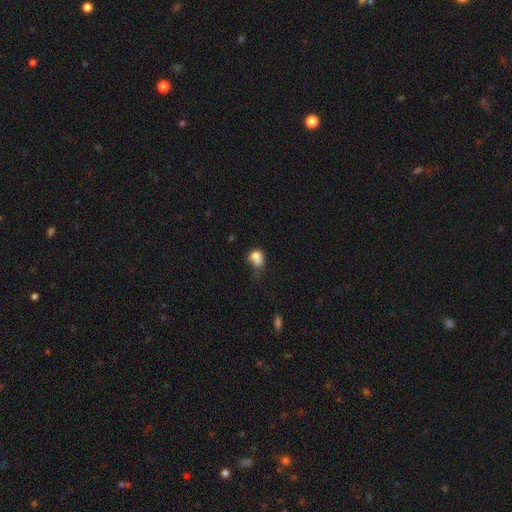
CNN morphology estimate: smooth 75%, featured or disk 14%, star or artifact 11%. Down the decision tree: how rounded — in between (52%); merging — minor disturbance (27%, tied with none).